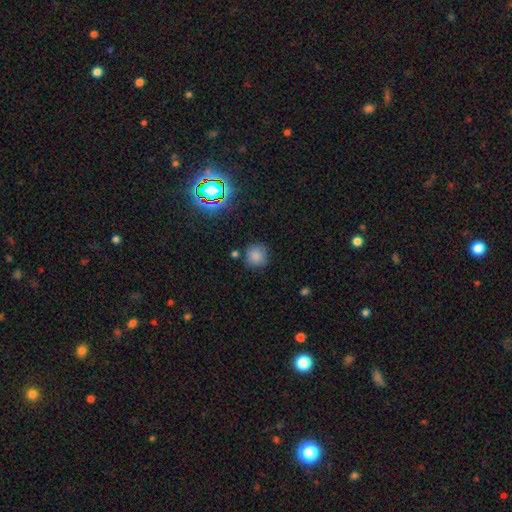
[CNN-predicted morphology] Smooth or featured? smooth (79%)
How rounded? round (93%)
Merging? none (81%)